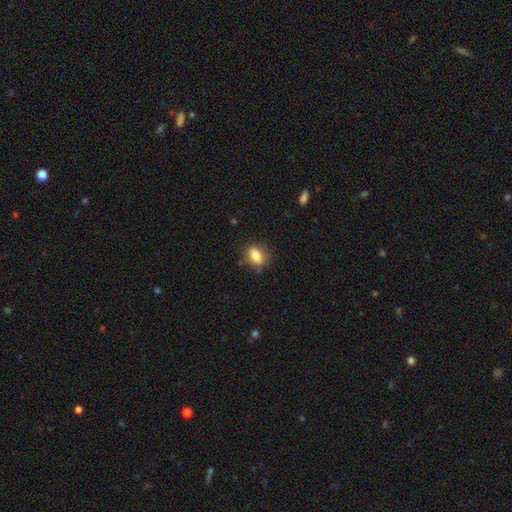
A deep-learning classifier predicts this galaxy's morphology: type=smooth (80%); roundness=in between (71%); merging=none (80%).